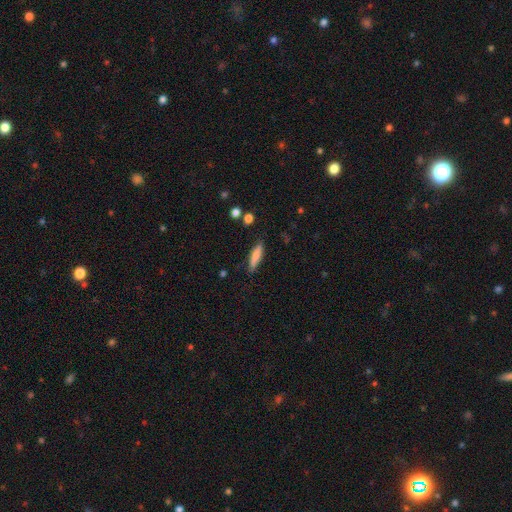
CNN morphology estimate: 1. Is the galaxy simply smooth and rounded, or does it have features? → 79% smooth, 15% featured or disk, 7% star or artifact.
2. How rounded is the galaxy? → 74% cigar-shaped, 24% in between, 2% round.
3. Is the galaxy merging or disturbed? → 80% none, 15% minor disturbance, 3% major disturbance, 2% merger.